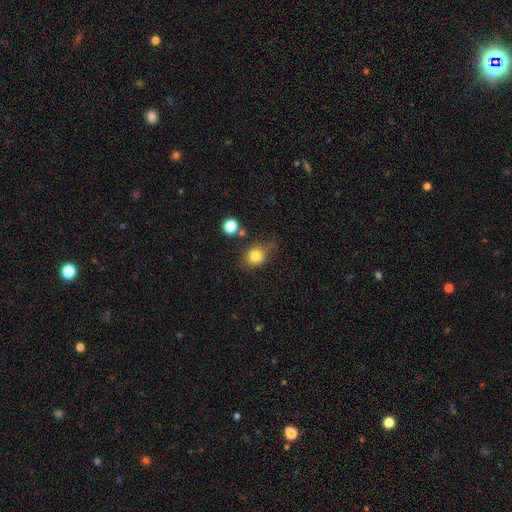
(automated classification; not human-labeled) A smooth galaxy with no disk features (79%) that is round (74%).

Vote fractions:
- Smooth or featured? smooth: 79% / star or artifact: 11% / featured or disk: 9%
- How rounded? round: 74% / in between: 25% / cigar-shaped: 1%
- Merging? none: 65% / minor disturbance: 21% / major disturbance: 8% / merger: 6%